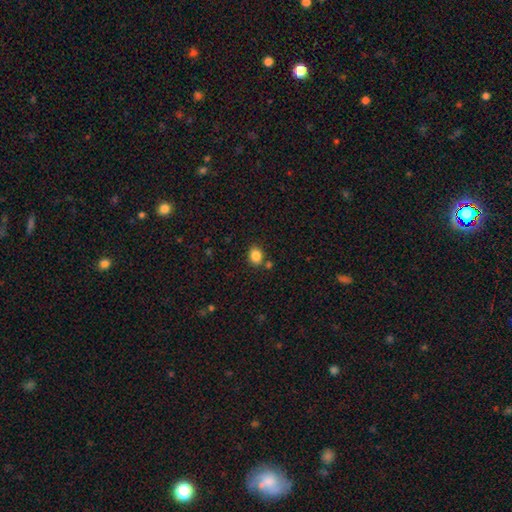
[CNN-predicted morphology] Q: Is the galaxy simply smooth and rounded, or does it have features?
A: smooth — 85%.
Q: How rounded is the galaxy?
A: in between — 54%.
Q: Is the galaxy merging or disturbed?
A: none — 76%.